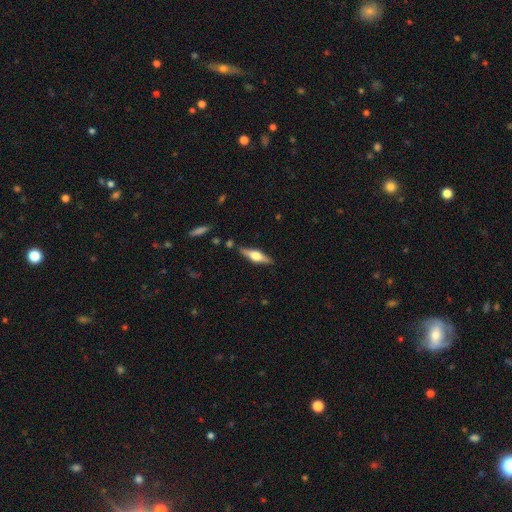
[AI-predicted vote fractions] Smooth or featured? featured or disk (65%)
Edge-on disk? yes (96%)
Edge-on bulge? rounded (92%)
Merging? none (83%)